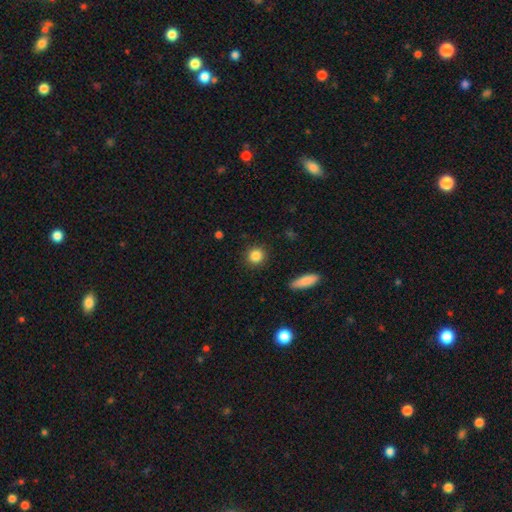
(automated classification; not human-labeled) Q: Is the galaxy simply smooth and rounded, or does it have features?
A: smooth — 86%.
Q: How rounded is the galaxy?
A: round — 89%.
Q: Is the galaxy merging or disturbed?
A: none — 90%.